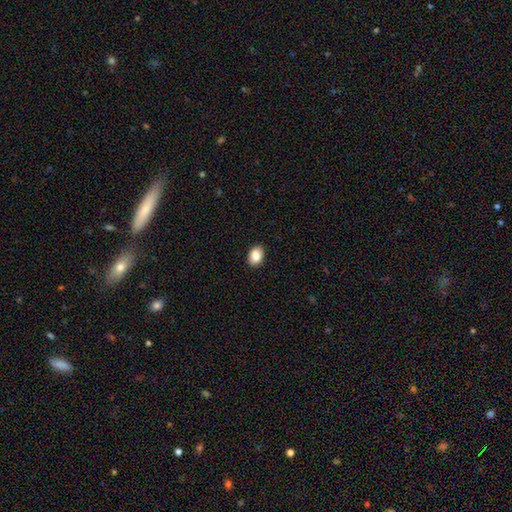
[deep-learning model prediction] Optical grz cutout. It shows a smooth galaxy with no disk features (87%) that is in between round and cigar-shaped (78%). Merging: none (90%).